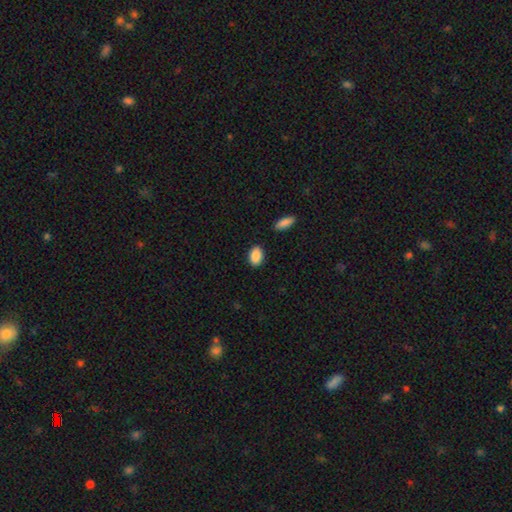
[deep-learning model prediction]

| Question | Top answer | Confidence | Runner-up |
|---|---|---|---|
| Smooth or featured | smooth | 89% | star or artifact (7%) |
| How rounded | in between | 87% | round (11%) |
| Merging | none | 86% | minor disturbance (9%) |